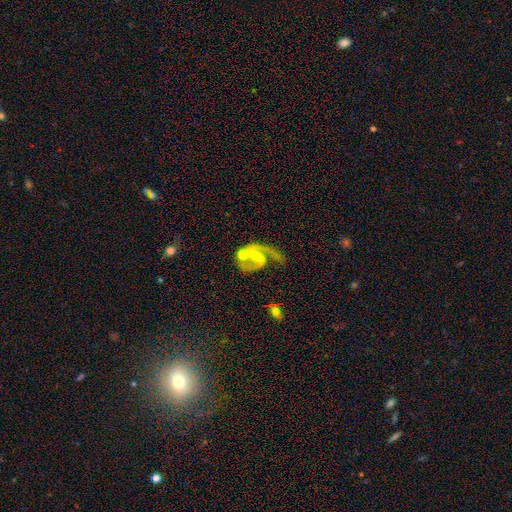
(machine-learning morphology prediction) The model was most divided on "merging": none: 38%, merger: 23%, major disturbance: 20%, minor disturbance: 18%. Remaining: edge-on disk — no (98%); spiral arms — yes (95%); smooth or featured — featured or disk (87%); spiral arm count — 2 (73%); bulge size — small (55%); spiral winding — medium (53%); bar — weak (45%).